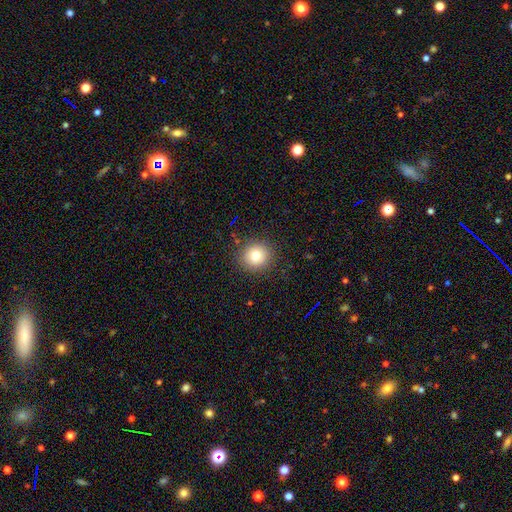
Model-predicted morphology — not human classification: A smooth galaxy with no disk features (79%) that is round (92%).

Vote fractions:
- Smooth or featured? smooth: 79% / star or artifact: 12% / featured or disk: 9%
- How rounded? round: 92% / in between: 7% / cigar-shaped: 1%
- Merging? none: 90% / minor disturbance: 7% / major disturbance: 2% / merger: 1%